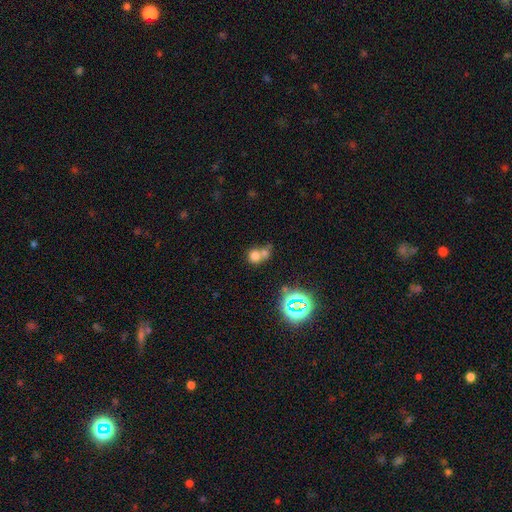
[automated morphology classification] type=smooth (67%); roundness=round (79%); merging=merger (51%).